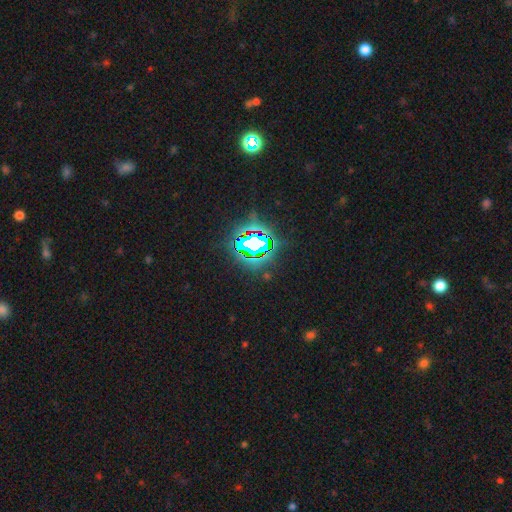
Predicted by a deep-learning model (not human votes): star or artifact 81%, smooth 11%, featured or disk 8%.